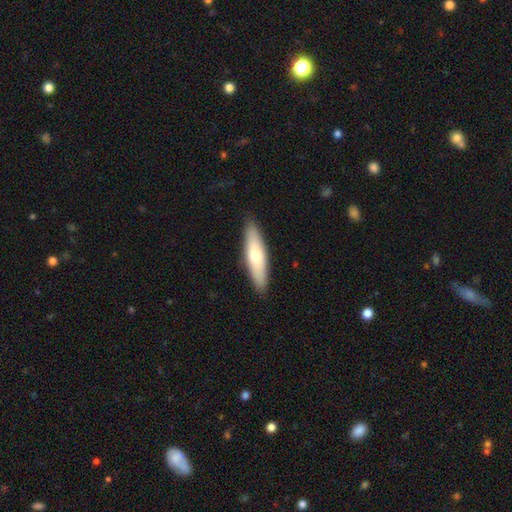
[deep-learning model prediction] This is likely a smooth galaxy (62%). How rounded: likely cigar-shaped (68%). Merging: clearly none (89%).